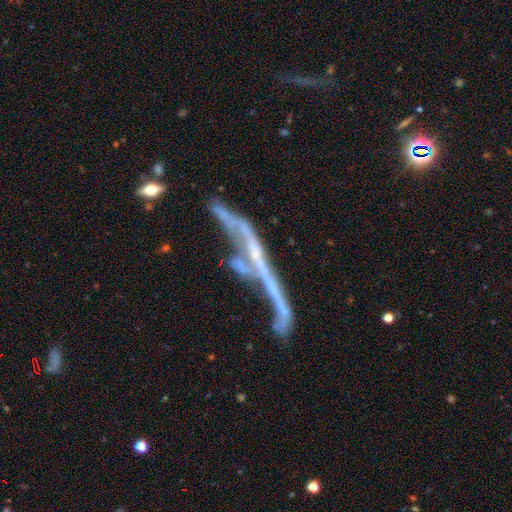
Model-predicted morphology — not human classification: Overall: featured or disk (74%). Edge-on disk: yes (78%). Edge-on bulge: none (71%). Merging: none (31%; merger 30%).